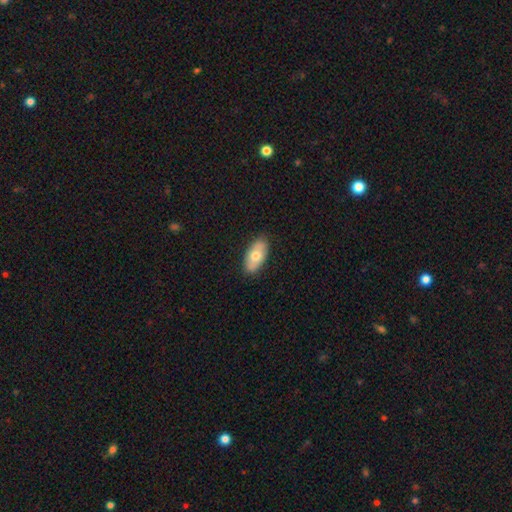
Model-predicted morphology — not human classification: This appears to be a smooth galaxy with no disk features (69%) that is in between round and cigar-shaped (93%). Merging: none (86%).